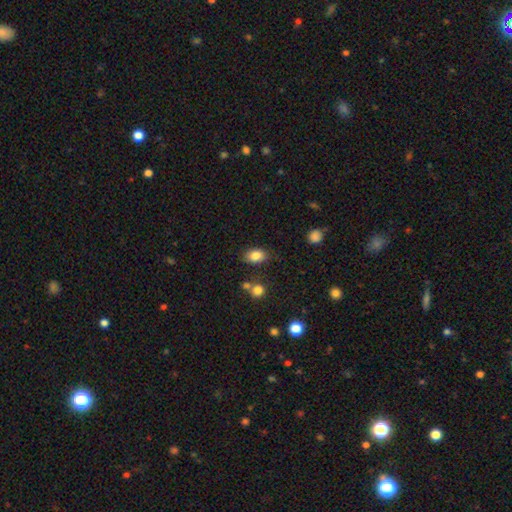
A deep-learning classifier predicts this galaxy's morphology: A smooth galaxy with no disk features (83%) that is in between round and cigar-shaped (83%).

Vote fractions:
- Smooth or featured? smooth: 83% / star or artifact: 9% / featured or disk: 8%
- How rounded? in between: 83% / round: 16% / cigar-shaped: 1%
- Merging? none: 77% / minor disturbance: 14% / merger: 6% / major disturbance: 3%